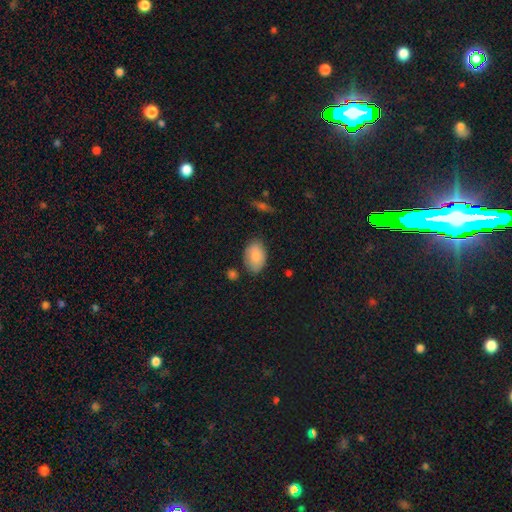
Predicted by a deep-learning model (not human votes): Smooth or featured: smooth — 83% (featured or disk — 10%)
How rounded: in between — 89% (round — 9%)
Merging: none — 77% (minor disturbance — 17%)